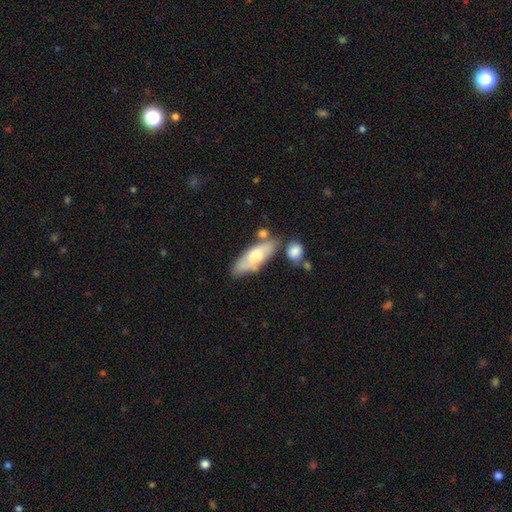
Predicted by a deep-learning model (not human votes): smooth_or_featured: smooth (p=0.58) [alt: featured or disk p=0.36]
how_rounded: in between (p=0.62) [alt: cigar-shaped p=0.35]
merging: none (p=0.60) [alt: minor disturbance p=0.19]